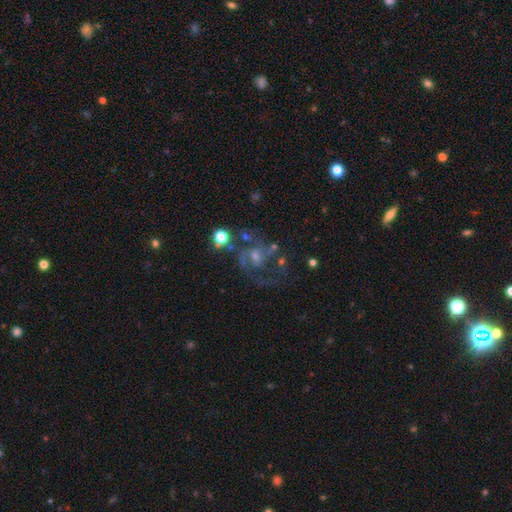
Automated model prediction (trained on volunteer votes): Smooth or featured? Predicted: featured or disk (p=0.74). Edge-on disk? Predicted: no (p=0.98). Bar? Predicted: no (p=0.51). Spiral arms? Predicted: yes (p=0.86). Spiral winding? Predicted: medium (p=0.53). Spiral arm count? Predicted: 2 (p=0.63). Bulge size? Predicted: small (p=0.49). Merging? Predicted: none (p=0.50).